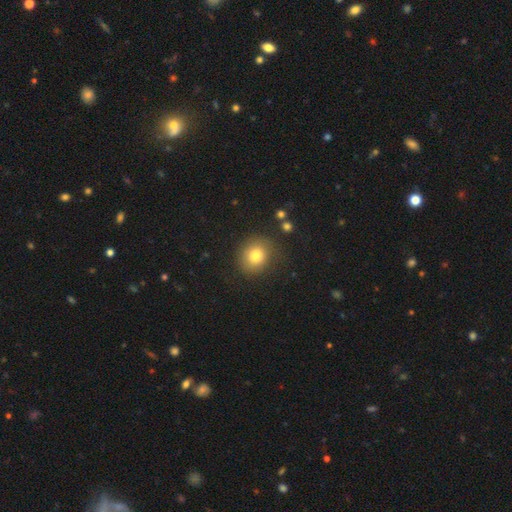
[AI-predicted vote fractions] Smooth or featured? Predicted: smooth (p=0.79). How rounded? Predicted: round (p=0.79). Merging? Predicted: none (p=0.82).